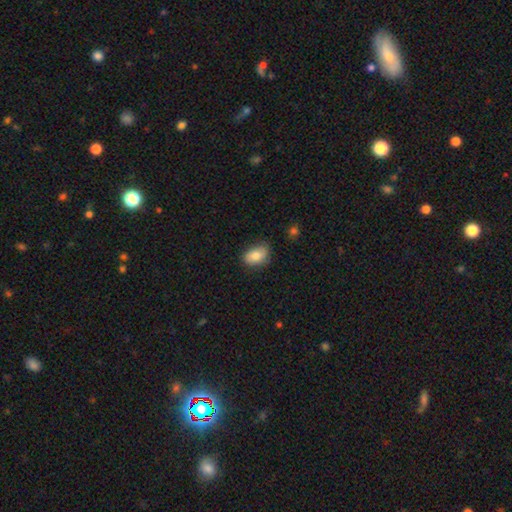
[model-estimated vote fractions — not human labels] Morphology: type=smooth (79%); roundness=in between (84%); merging=none (77%).